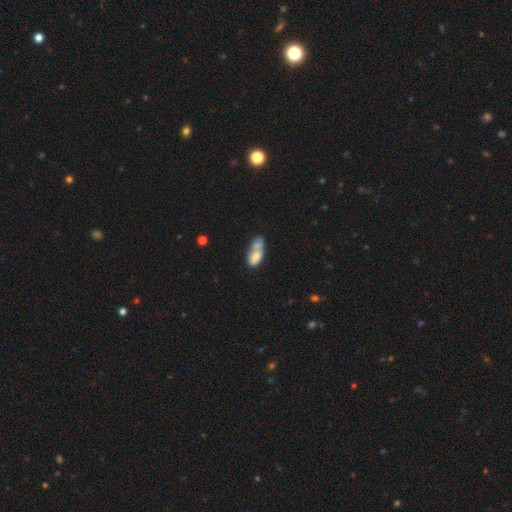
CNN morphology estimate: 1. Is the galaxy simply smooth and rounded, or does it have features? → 65% smooth, 27% featured or disk, 8% star or artifact.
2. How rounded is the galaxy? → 83% in between, 13% cigar-shaped, 4% round.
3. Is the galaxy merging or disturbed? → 47% merger, 24% none, 18% minor disturbance, 11% major disturbance.